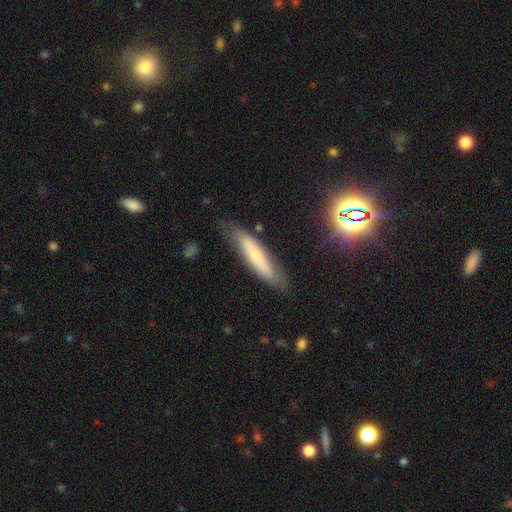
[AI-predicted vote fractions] Smooth or featured? Predicted: smooth (p=0.55). How rounded? Predicted: cigar-shaped (p=0.80). Merging? Predicted: none (p=0.76).